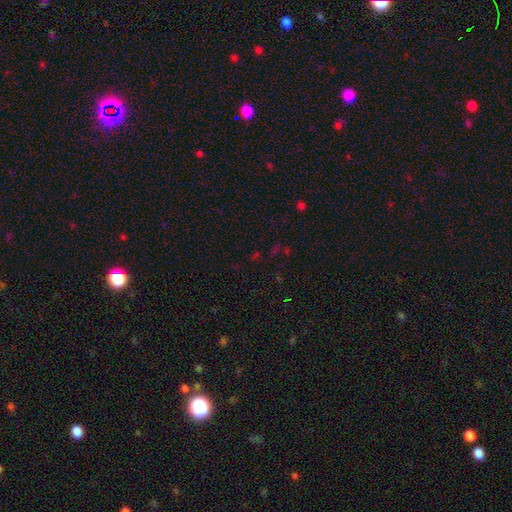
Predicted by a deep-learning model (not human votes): smooth-or-featured: star or artifact: 63% | smooth: 27% | featured or disk: 10%